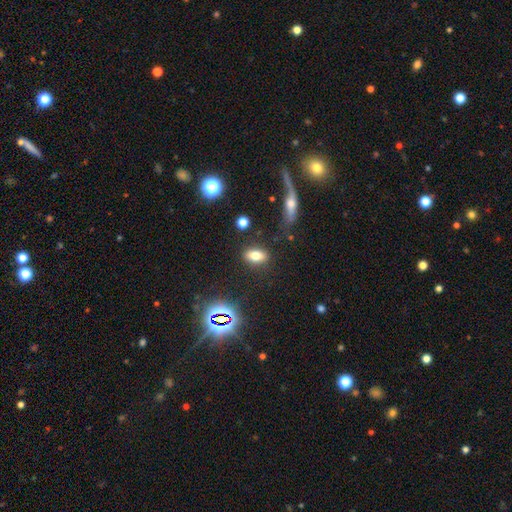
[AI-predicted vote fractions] A smooth galaxy with no disk features (70%) that is in between round and cigar-shaped (80%). Merging: none (83%).